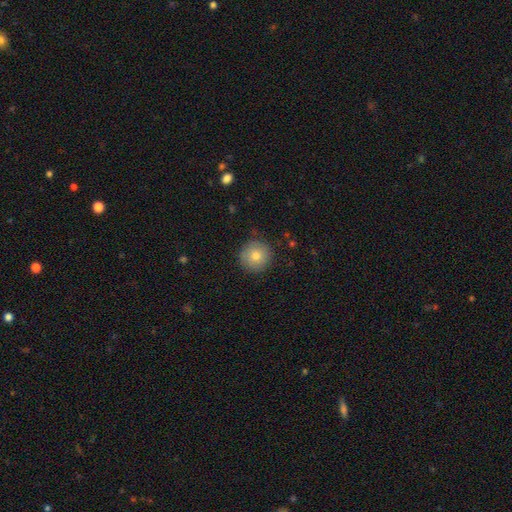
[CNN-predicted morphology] Smooth or featured? Predicted: smooth (p=0.78). How rounded? Predicted: round (p=0.95). Merging? Predicted: none (p=0.88).